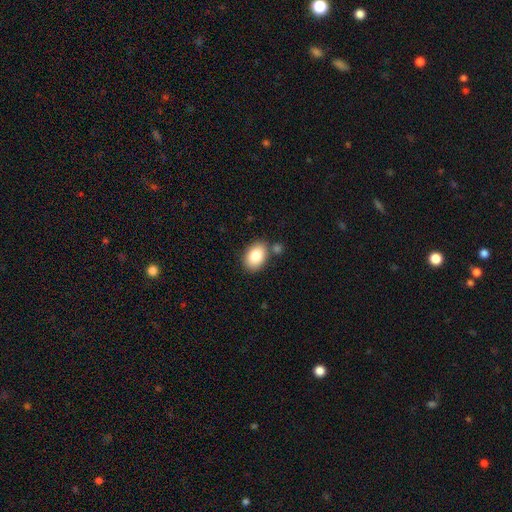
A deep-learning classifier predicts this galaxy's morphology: type=smooth (83%); roundness=in between (85%); merging=none (75%).